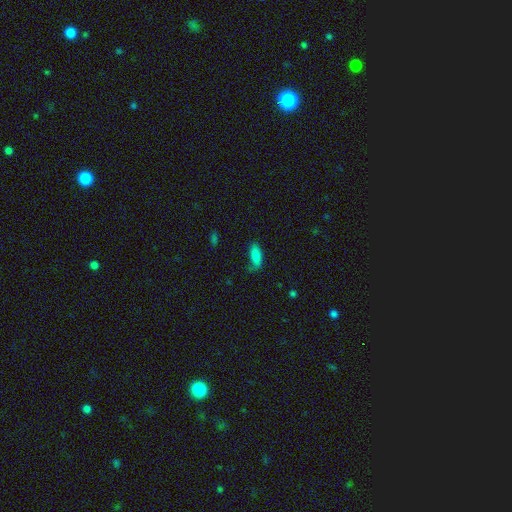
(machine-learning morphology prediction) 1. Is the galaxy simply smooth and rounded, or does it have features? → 83% smooth, 9% featured or disk, 8% star or artifact.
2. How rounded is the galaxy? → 72% in between, 26% cigar-shaped, 2% round.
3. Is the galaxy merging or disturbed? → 64% none, 26% minor disturbance, 8% major disturbance, 2% merger.